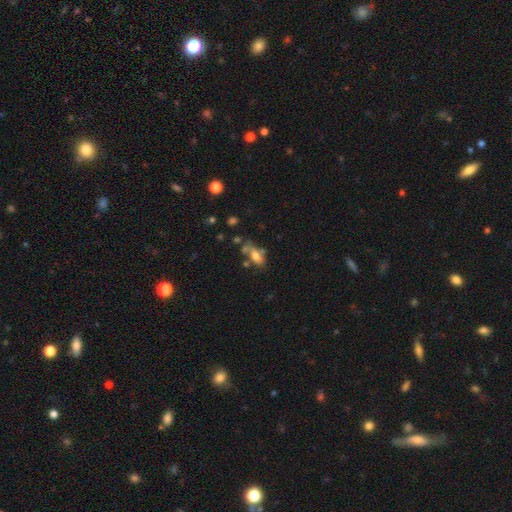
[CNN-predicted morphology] type=smooth (65%); roundness=in between (83%); merging=none (42%).